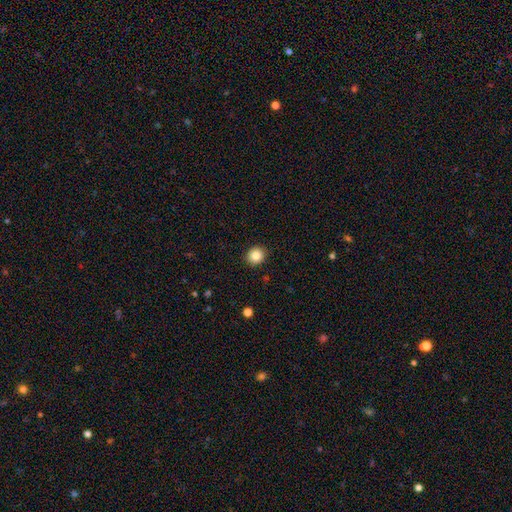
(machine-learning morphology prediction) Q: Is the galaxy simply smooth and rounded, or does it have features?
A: smooth — 85%.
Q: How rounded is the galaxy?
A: round — 87%.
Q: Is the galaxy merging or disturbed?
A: none — 92%.